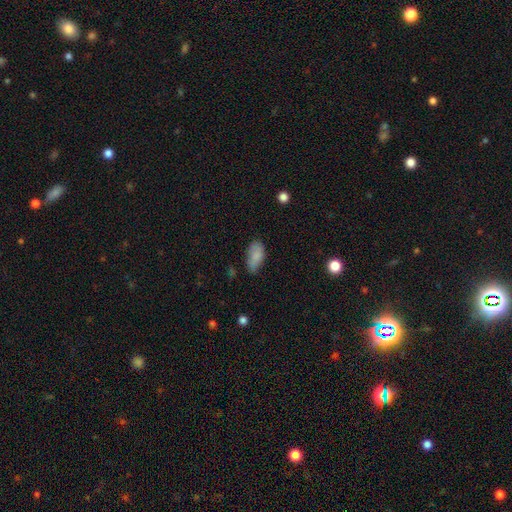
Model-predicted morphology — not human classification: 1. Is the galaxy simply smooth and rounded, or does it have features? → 84% smooth, 8% featured or disk, 8% star or artifact.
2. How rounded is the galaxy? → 93% in between, 4% cigar-shaped, 4% round.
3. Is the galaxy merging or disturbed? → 58% none, 32% minor disturbance, 7% major disturbance, 2% merger.